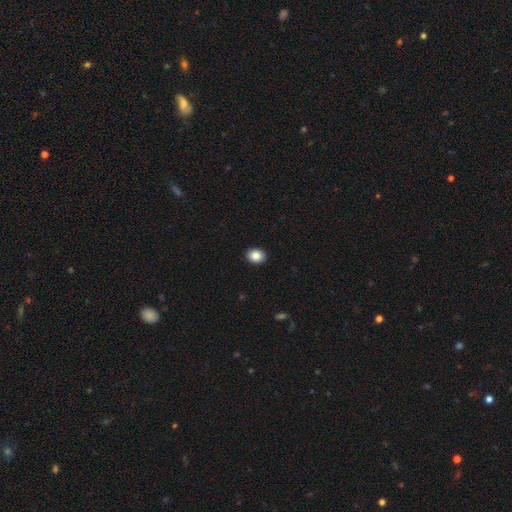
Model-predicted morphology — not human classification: type=smooth (86%); roundness=round (52%); merging=none (92%).